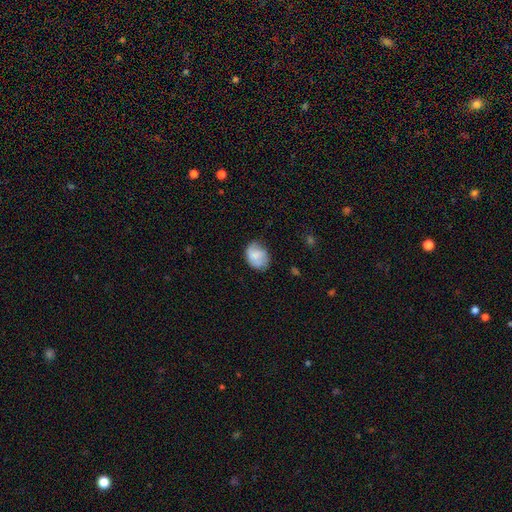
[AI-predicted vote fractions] smooth 77%, featured or disk 16%, star or artifact 7%. Down the decision tree: how rounded — in between (63%); merging — none (65%).